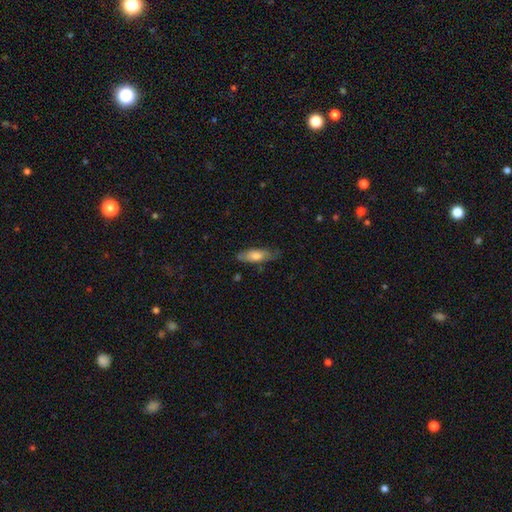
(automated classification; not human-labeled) smooth 68%, featured or disk 26%, star or artifact 6%. Down the decision tree: how rounded — in between (59%); merging — none (71%).